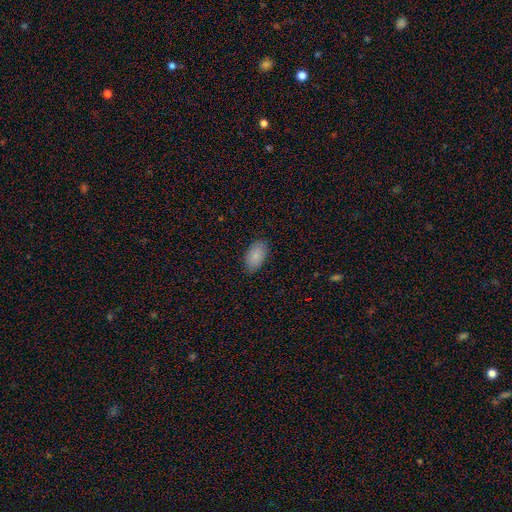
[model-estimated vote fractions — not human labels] Smooth or featured?
  - smooth: 86% *
  - star or artifact: 7%
  - featured or disk: 7%
How rounded?
  - in between: 94% *
  - round: 4%
  - cigar-shaped: 2%
Merging?
  - none: 86% *
  - minor disturbance: 11%
  - major disturbance: 2%
  - merger: 1%